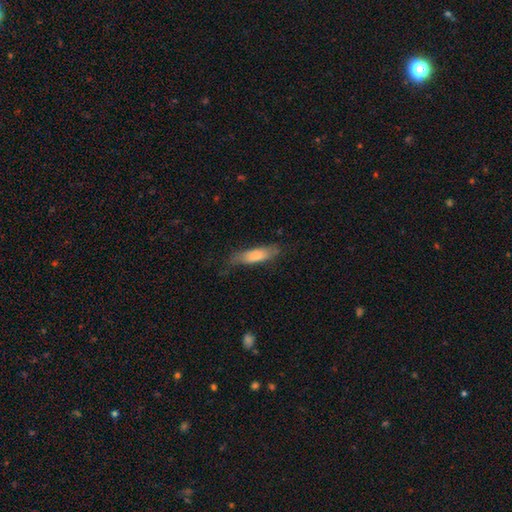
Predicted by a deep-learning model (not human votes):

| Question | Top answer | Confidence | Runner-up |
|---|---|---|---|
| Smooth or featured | smooth | 75% | featured or disk (19%) |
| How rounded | cigar-shaped | 59% | in between (39%) |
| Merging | none | 64% | minor disturbance (26%) |